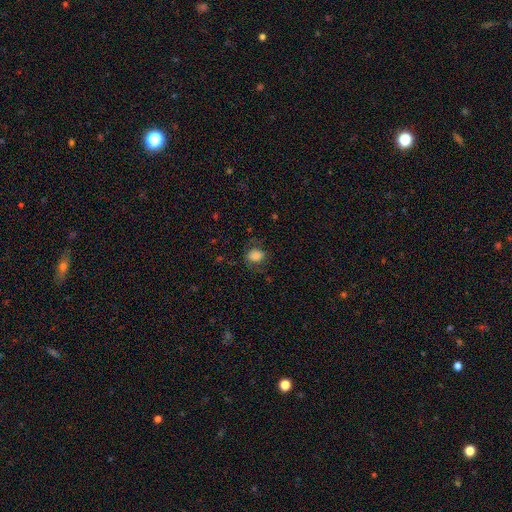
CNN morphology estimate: Smooth or featured? smooth (77%)
How rounded? in between (53%)
Merging? none (69%)